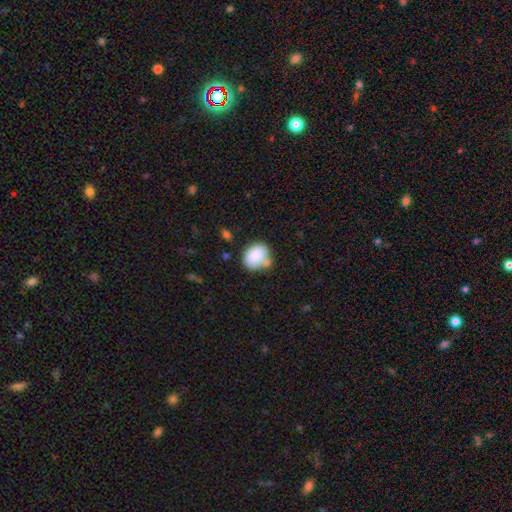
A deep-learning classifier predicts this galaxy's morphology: A smooth galaxy with no disk features (86%) that is in between round and cigar-shaped (50%). Merging: none (58%).